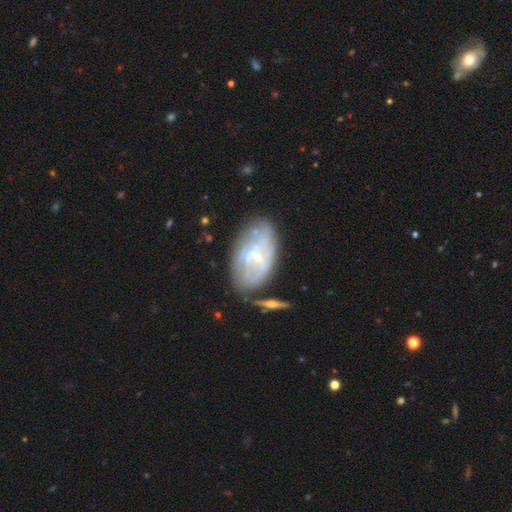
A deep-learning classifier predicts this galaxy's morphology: A featured or disk galaxy (65%) with no bar (48%), spiral arms (58%) and a small central bulge (64%). Merging: none (47%).